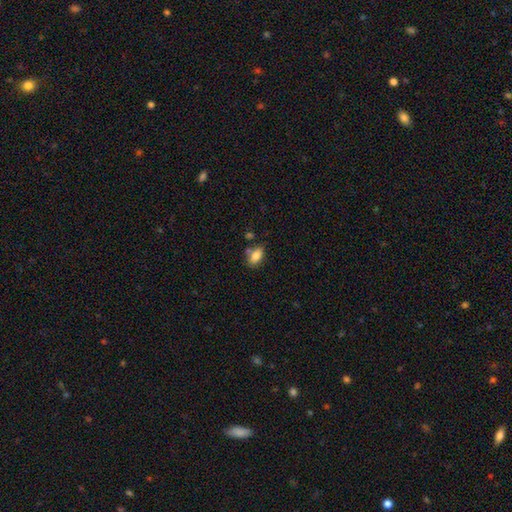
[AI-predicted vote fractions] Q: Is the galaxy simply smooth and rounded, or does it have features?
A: smooth — 83%.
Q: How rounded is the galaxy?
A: in between — 87%.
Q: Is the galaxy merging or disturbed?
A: none — 62%.